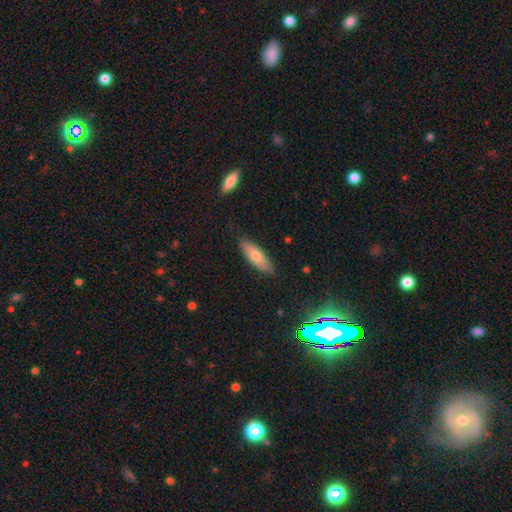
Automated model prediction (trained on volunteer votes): A smooth galaxy with no disk features (65%) that is cigar-shaped (49%, tied with in between).

Vote fractions:
- Smooth or featured? smooth: 65% / featured or disk: 23% / star or artifact: 13%
- How rounded? cigar-shaped: 49% (tied) / in between: 49% (tied) / round: 3%
- Merging? none: 86% / minor disturbance: 10% / major disturbance: 2% / merger: 1%